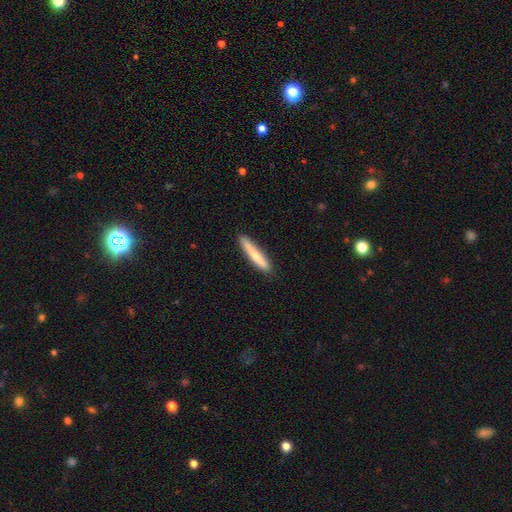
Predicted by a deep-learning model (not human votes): smooth 67%, featured or disk 27%, star or artifact 5%. Down the decision tree: how rounded — cigar-shaped (92%); merging — none (88%).